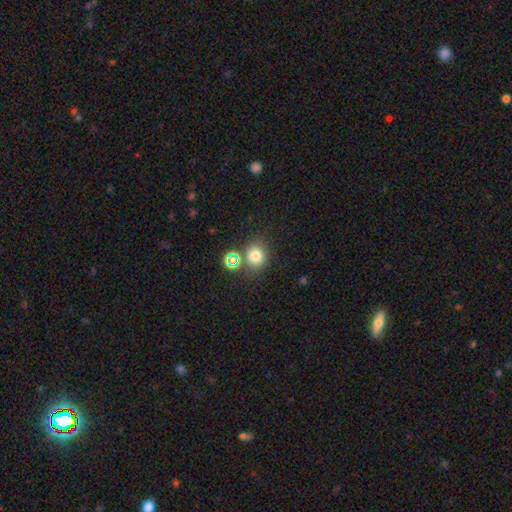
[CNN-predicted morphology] smooth 73%, star or artifact 20%, featured or disk 7%. Down the decision tree: how rounded — round (75%); merging — none (71%).